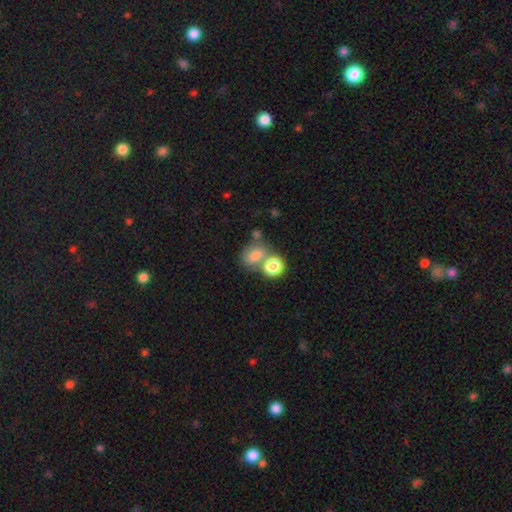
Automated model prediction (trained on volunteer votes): This is likely a smooth galaxy (67%). How rounded: possibly in between (57%). Merging: marginally none (43%).